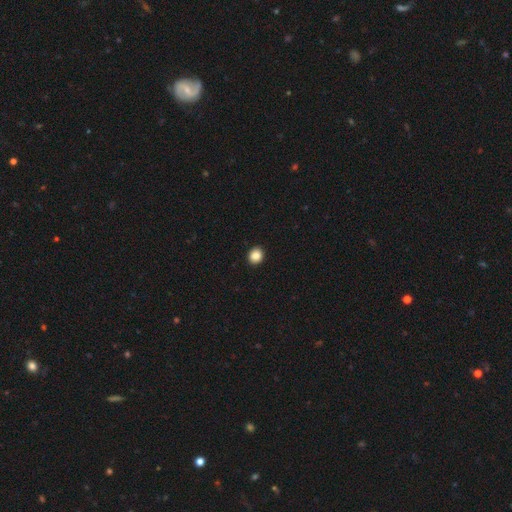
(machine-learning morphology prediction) Smooth or featured?
  - smooth: 87% *
  - star or artifact: 10%
  - featured or disk: 3%
How rounded?
  - round: 77% *
  - in between: 22%
  - cigar-shaped: 1%
Merging?
  - none: 93% *
  - minor disturbance: 5%
  - major disturbance: 1%
  - merger: 1%